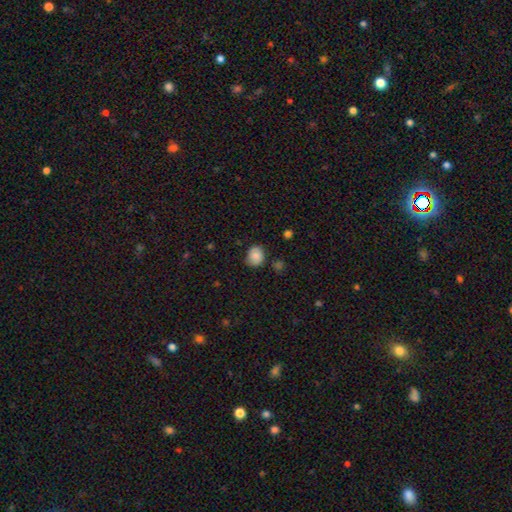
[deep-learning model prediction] smooth 82%, featured or disk 9%, star or artifact 9%. Down the decision tree: how rounded — round (62%); merging — none (71%).